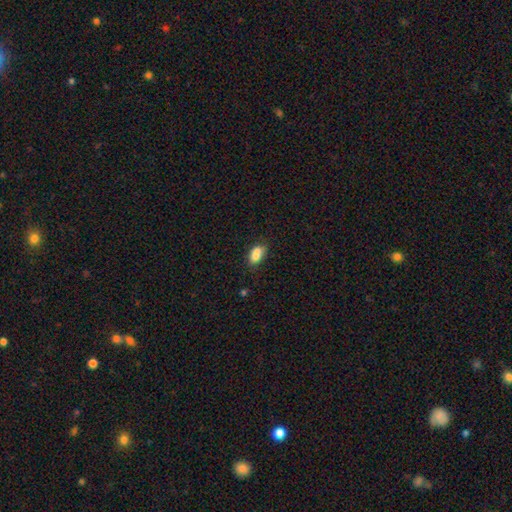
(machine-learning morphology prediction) type=smooth (82%); roundness=in between (88%); merging=none (61%).